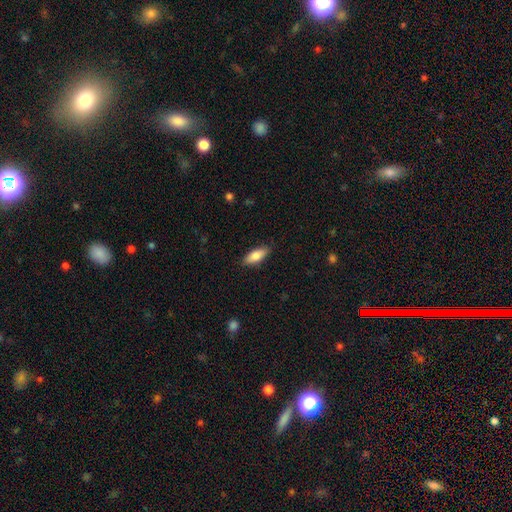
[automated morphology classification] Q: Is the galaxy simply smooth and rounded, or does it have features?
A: smooth — 82%.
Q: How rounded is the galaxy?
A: in between — 75%.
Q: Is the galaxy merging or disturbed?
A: none — 87%.